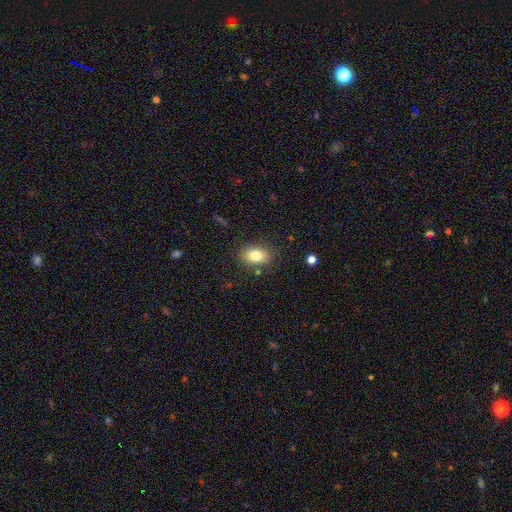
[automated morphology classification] This is clearly a smooth galaxy (82%). How rounded: clearly in between (82%). Merging: clearly none (83%).